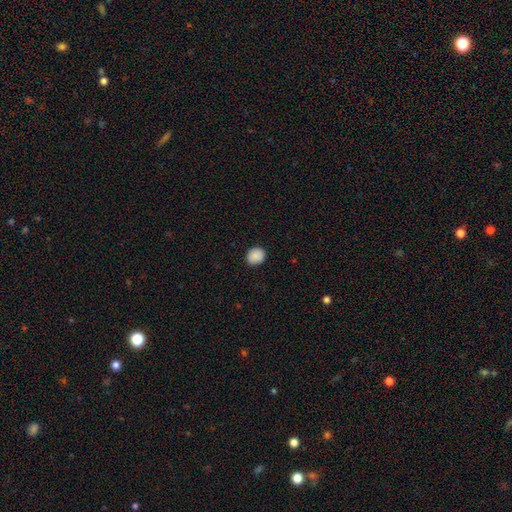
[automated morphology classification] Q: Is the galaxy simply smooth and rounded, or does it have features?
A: smooth — 87%.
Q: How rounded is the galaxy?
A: round — 76%.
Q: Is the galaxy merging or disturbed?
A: none — 87%.